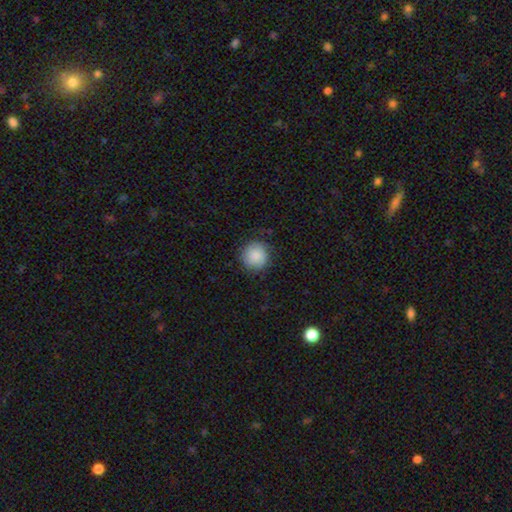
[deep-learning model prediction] Smooth or featured: smooth — 88% (star or artifact — 7%)
How rounded: round — 94% (in between — 5%)
Merging: none — 86% (minor disturbance — 10%)